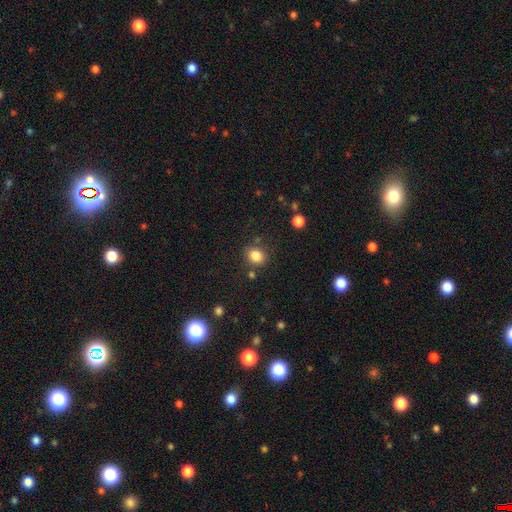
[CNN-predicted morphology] Smooth or featured?
  - smooth: 83% *
  - star or artifact: 11%
  - featured or disk: 5%
How rounded?
  - round: 64% *
  - in between: 35%
  - cigar-shaped: 1%
Merging?
  - none: 79% *
  - minor disturbance: 11%
  - merger: 6%
  - major disturbance: 4%